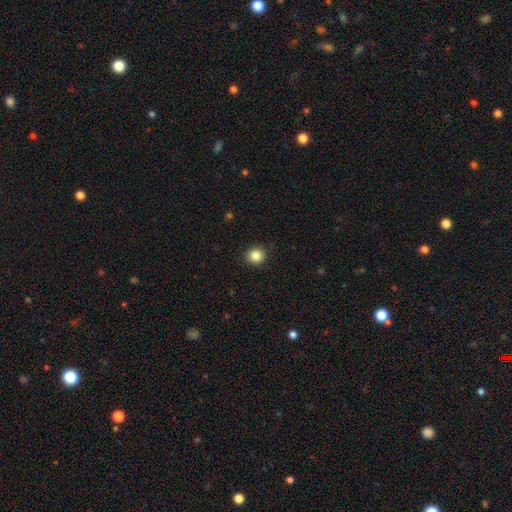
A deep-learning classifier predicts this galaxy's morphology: smooth 85%, star or artifact 10%, featured or disk 4%. Down the decision tree: how rounded — round (92%); merging — none (91%).